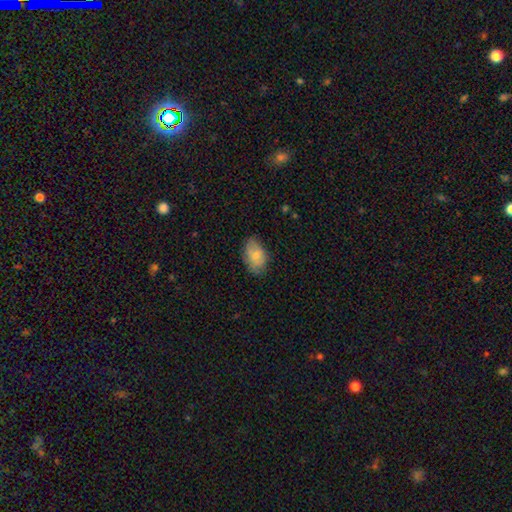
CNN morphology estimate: Smooth or featured? Predicted: smooth (p=0.73). How rounded? Predicted: in between (p=0.88). Merging? Predicted: none (p=0.70).